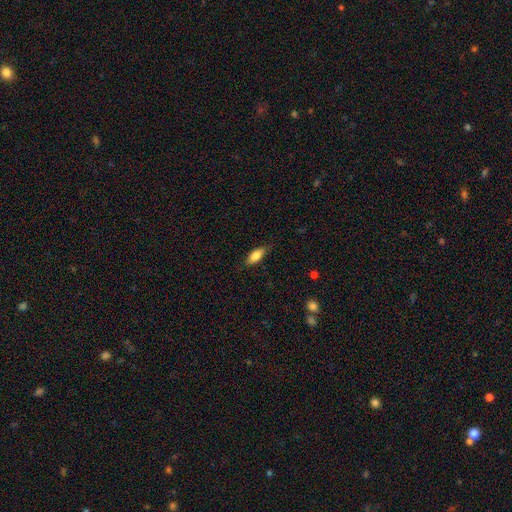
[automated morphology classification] Smooth or featured? smooth (78%)
How rounded? in between (76%)
Merging? none (80%)